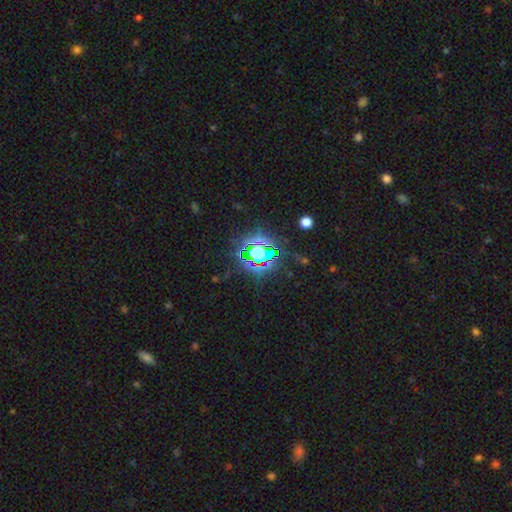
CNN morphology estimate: This appears to be a star or artifact, not a galaxy (73%).